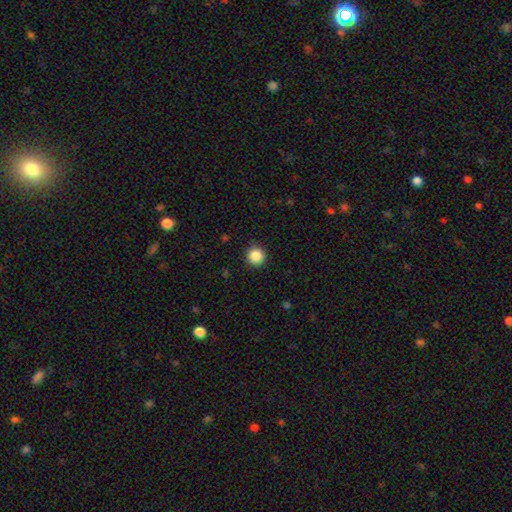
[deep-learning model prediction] This is clearly a smooth galaxy (87%). How rounded: clearly round (95%). Merging: clearly none (91%).